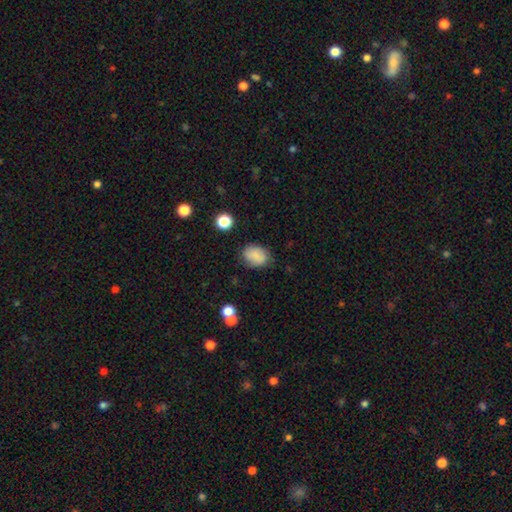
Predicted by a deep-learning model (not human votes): Smooth or featured? smooth (83%)
How rounded? in between (68%)
Merging? none (75%)